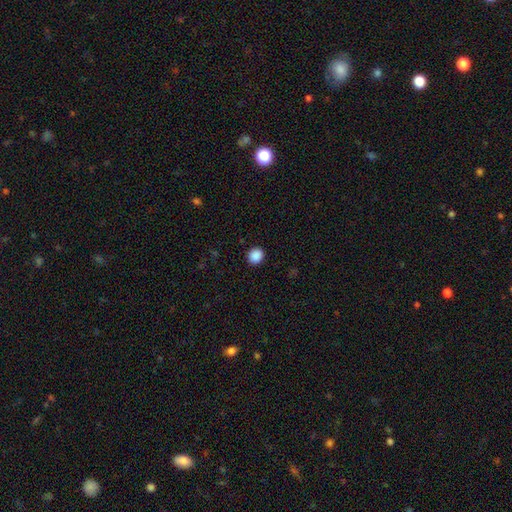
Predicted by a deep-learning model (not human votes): Smooth or featured? smooth (89%)
How rounded? round (83%)
Merging? none (92%)